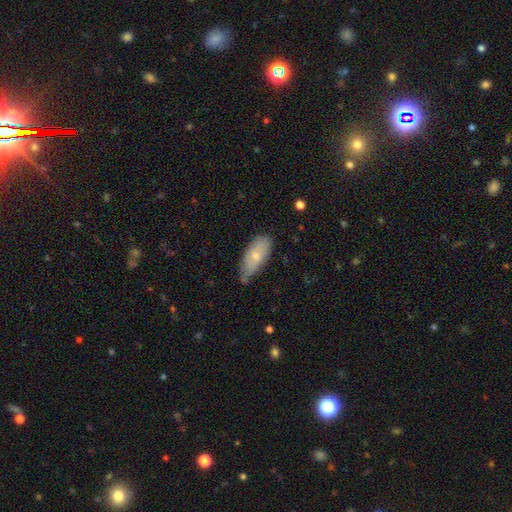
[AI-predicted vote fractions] A smooth galaxy with no disk features (69%) that is in between round and cigar-shaped (85%). Merging: none (56%).